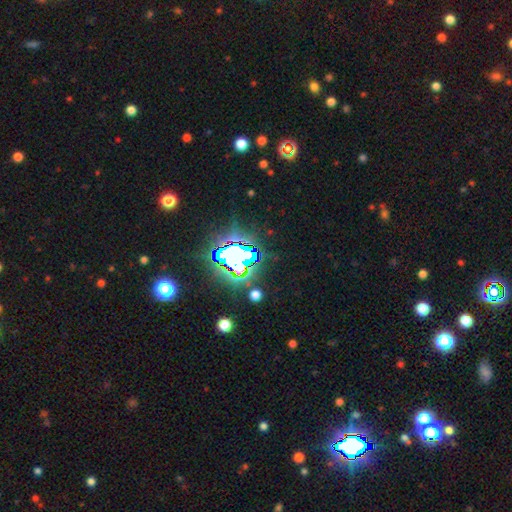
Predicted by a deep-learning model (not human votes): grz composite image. It shows a star or artifact, not a galaxy (74%).